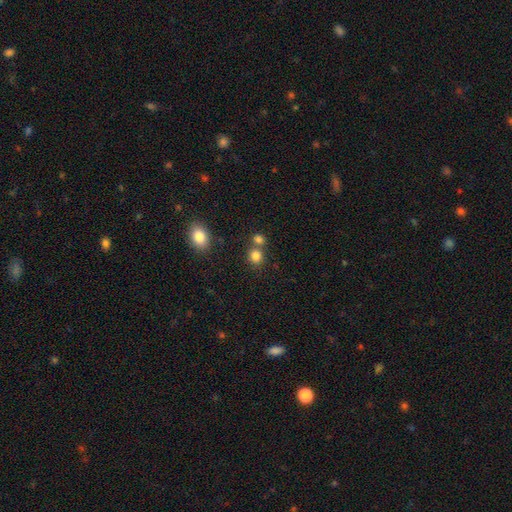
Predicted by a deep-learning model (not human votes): smooth_or_featured: smooth (p=0.82) [alt: star or artifact p=0.12]
how_rounded: round (p=0.78) [alt: in between p=0.21]
merging: none (p=0.60) [alt: merger p=0.29]